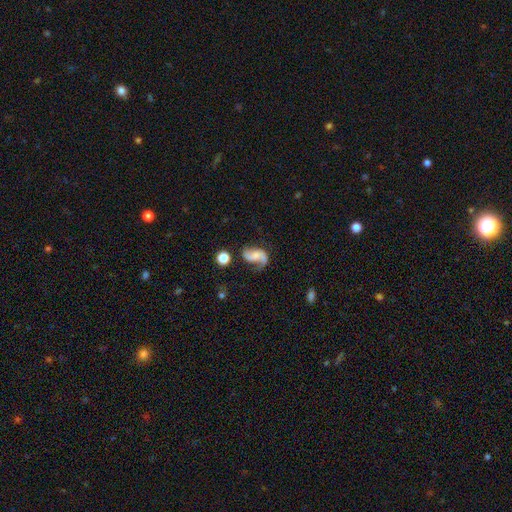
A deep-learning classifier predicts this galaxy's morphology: Overall: featured or disk (80%). Edge-on disk: no (98%). Bar: no (55%; weak 34%). Spiral arms: yes (95%). Spiral arm count: 2 (86%). Spiral winding: loose (62%; medium 30%). Bulge size: small (41%; moderate 27%). Merging: none (62%).